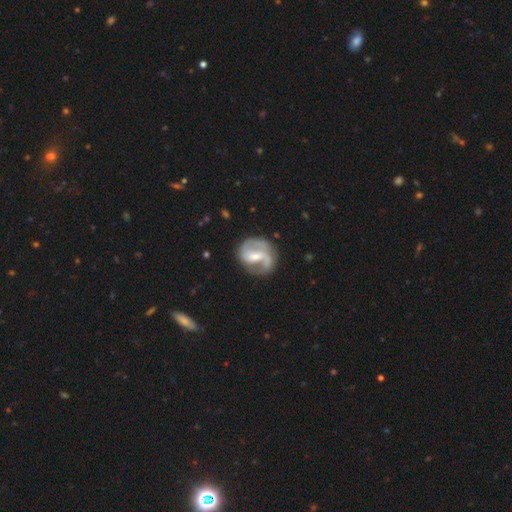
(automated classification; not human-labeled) featured or disk 80%, smooth 15%, star or artifact 5%. Down the decision tree: edge-on disk — no (98%); bar — weak (49%); spiral arms — yes (91%); spiral arm count — 2 (76%); spiral winding — medium (48%); bulge size — small (45%, tied with moderate); merging — none (66%).